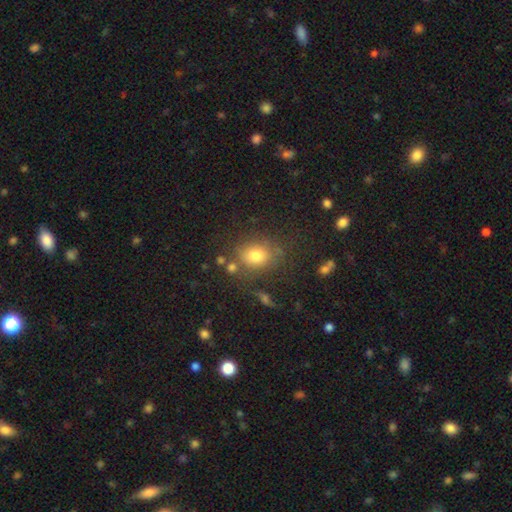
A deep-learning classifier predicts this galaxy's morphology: Smooth or featured?
  - smooth: 76% *
  - star or artifact: 14%
  - featured or disk: 11%
How rounded?
  - round: 52% *
  - in between: 47%
  - cigar-shaped: 1%
Merging?
  - none: 73% *
  - minor disturbance: 15%
  - merger: 6%
  - major disturbance: 6%